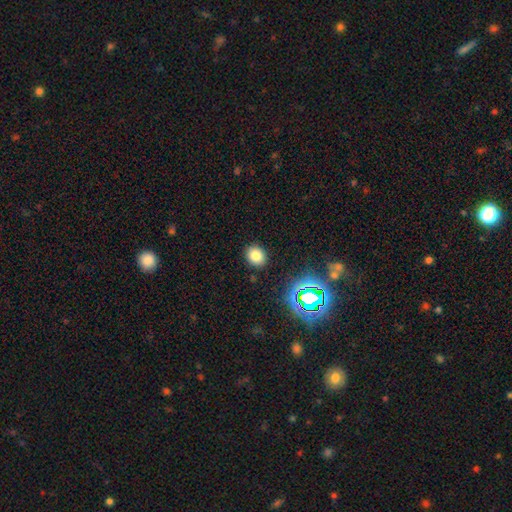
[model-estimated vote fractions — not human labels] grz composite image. It shows a smooth galaxy with no disk features (78%) that is round (68%). Merging: none (89%).